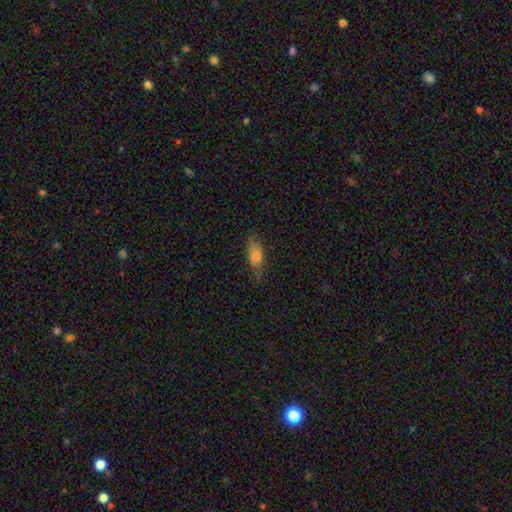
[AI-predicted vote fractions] The model was most divided on "merging": none: 60%, minor disturbance: 29%, major disturbance: 9%, merger: 2%. More confident: how rounded — in between (79%); smooth or featured — smooth (78%).